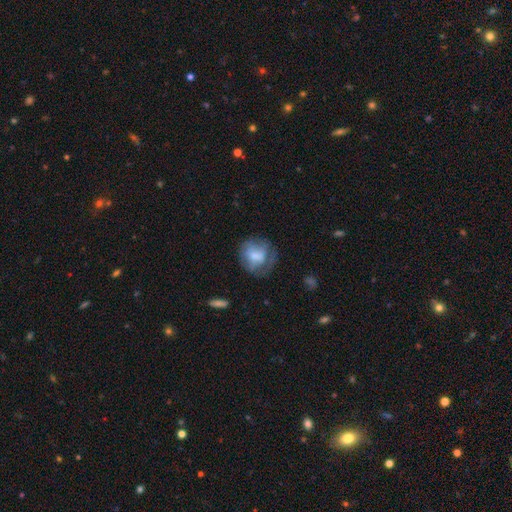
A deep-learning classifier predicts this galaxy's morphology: A smooth galaxy with no disk features (61%) that is round (74%). Merging: none (53%).